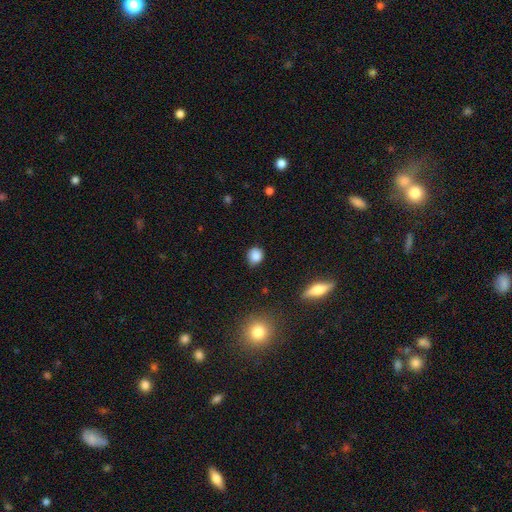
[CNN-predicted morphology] smooth_or_featured: smooth (p=0.83) [alt: star or artifact p=0.10]
how_rounded: round (p=0.71) [alt: in between p=0.28]
merging: none (p=0.74) [alt: minor disturbance p=0.20]